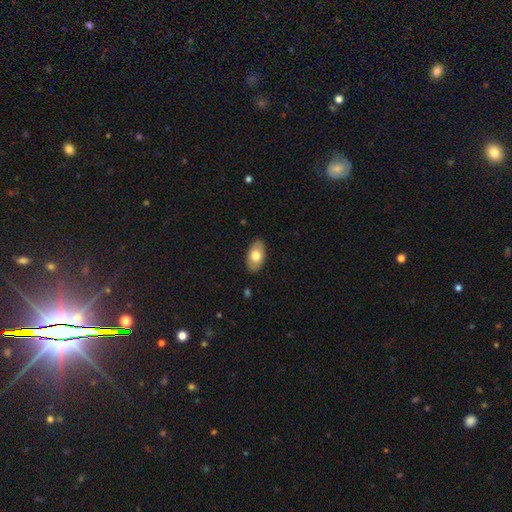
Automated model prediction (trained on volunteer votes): This appears to be a smooth galaxy with no disk features (73%) that is in between round and cigar-shaped (94%). Merging: none (87%).